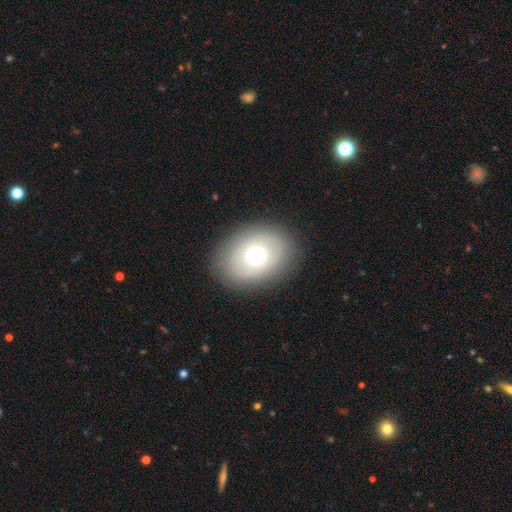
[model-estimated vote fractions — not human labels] Smooth or featured? smooth (63%)
How rounded? in between (61%)
Merging? none (84%)